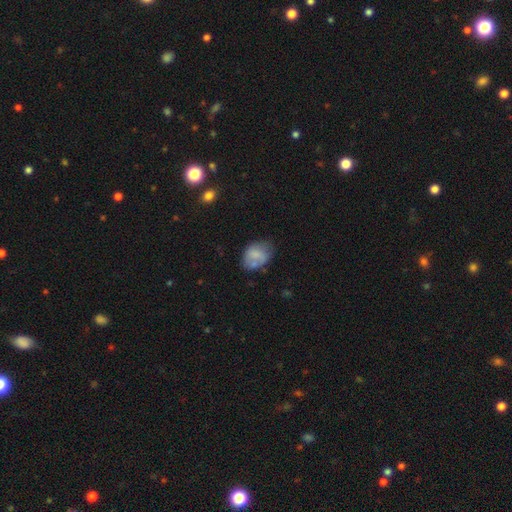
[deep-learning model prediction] Smooth or featured? smooth (69%)
How rounded? in between (72%)
Merging? none (49%)